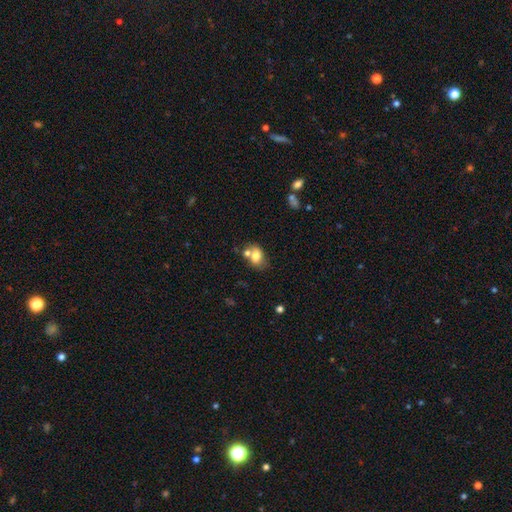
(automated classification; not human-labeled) smooth_or_featured: smooth (p=0.75) [alt: featured or disk p=0.16]
how_rounded: in between (p=0.67) [alt: round p=0.32]
merging: none (p=0.44) [alt: merger p=0.35]